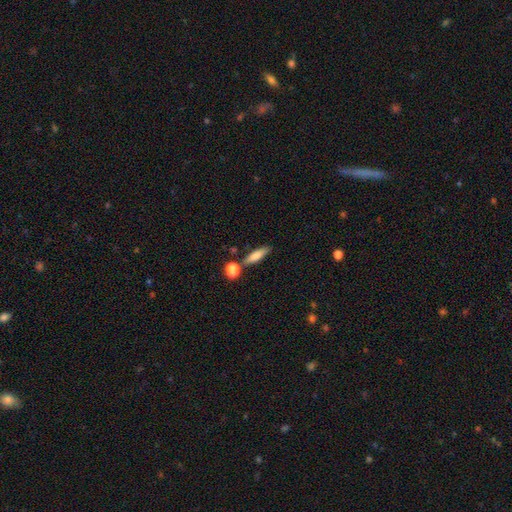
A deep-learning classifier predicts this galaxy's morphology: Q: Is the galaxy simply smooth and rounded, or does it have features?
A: smooth — 74%.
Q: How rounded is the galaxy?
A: cigar-shaped — 63%.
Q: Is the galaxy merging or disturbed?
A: none — 72%.